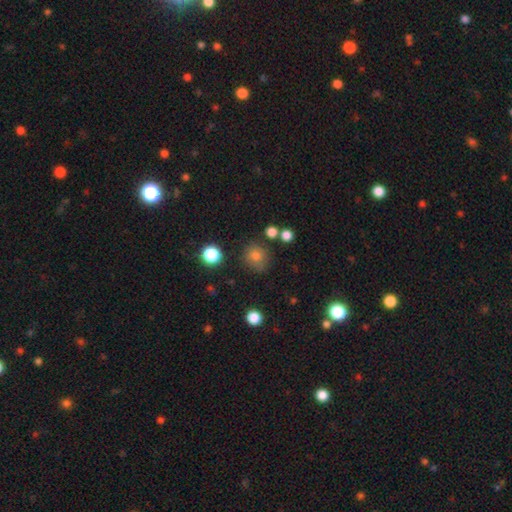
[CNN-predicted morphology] A smooth galaxy with no disk features (77%) that is round (88%). Merging: none (78%).